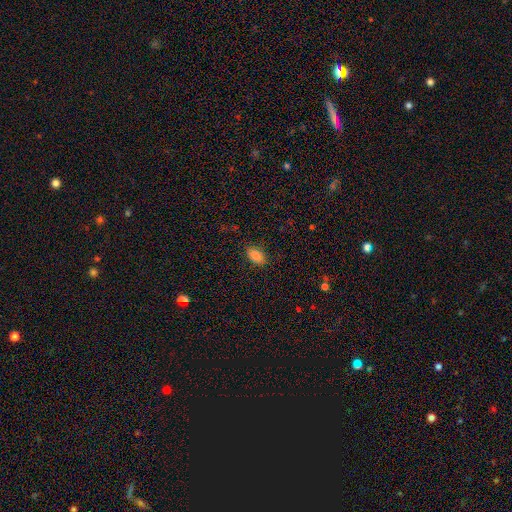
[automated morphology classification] Smooth or featured: smooth — 84% (star or artifact — 9%)
How rounded: in between — 90% (round — 8%)
Merging: none — 85% (minor disturbance — 11%)